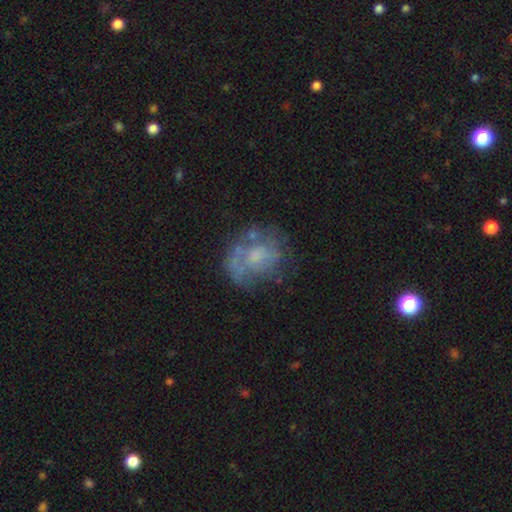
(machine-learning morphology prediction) smooth-or-featured: featured or disk: 58% | smooth: 31% | star or artifact: 11%
  disk-edge-on: no: 97% | yes: 3%
    bar: no: 78% | weak: 19% | strong: 3%
    has-spiral-arms: no: 56% | yes: 44%
    bulge-size: small: 39% | moderate: 33% | none: 23% | large: 4% | dominant: 1%
  merging: none: 52% | minor disturbance: 22% | major disturbance: 21% | merger: 5%